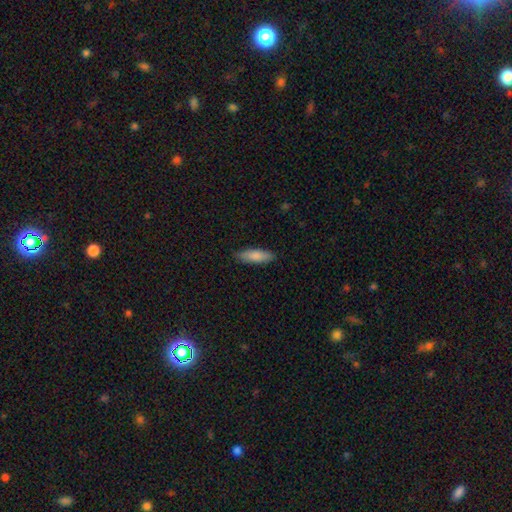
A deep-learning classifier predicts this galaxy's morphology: A smooth galaxy with no disk features (83%) that is in between round and cigar-shaped (50%).

Vote fractions:
- Smooth or featured? smooth: 83% / featured or disk: 11% / star or artifact: 5%
- How rounded? in between: 50% / cigar-shaped: 48% / round: 2%
- Merging? none: 85% / minor disturbance: 11% / major disturbance: 2% / merger: 1%